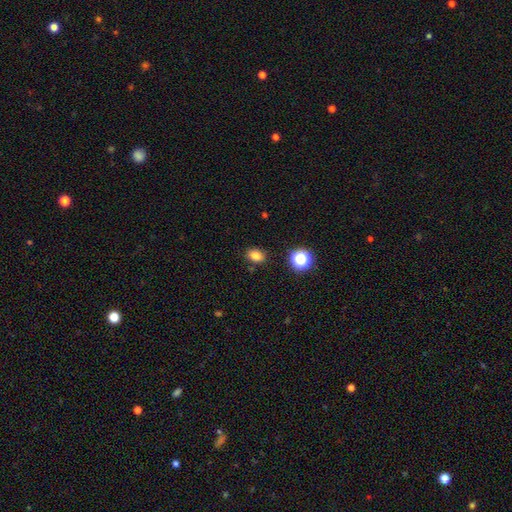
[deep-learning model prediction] This is clearly a smooth galaxy (81%). How rounded: likely in between (67%). Merging: clearly none (84%).